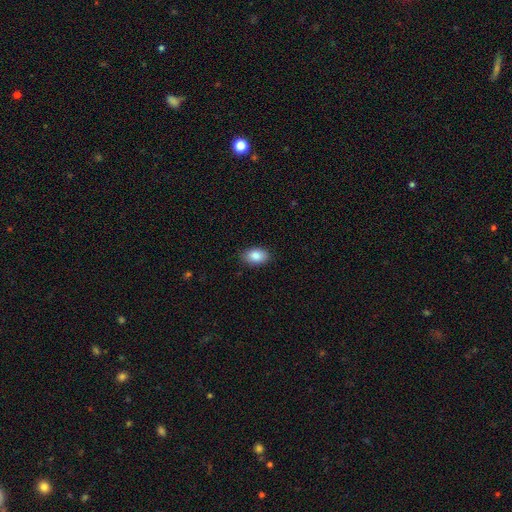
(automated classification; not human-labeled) This appears to be a smooth galaxy with no disk features (86%) that is in between round and cigar-shaped (89%). Merging: none (88%).